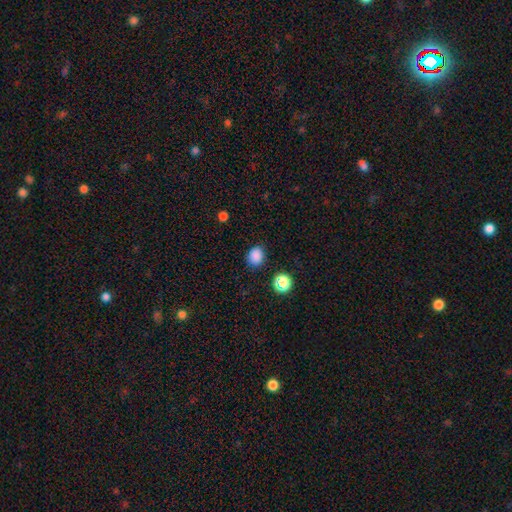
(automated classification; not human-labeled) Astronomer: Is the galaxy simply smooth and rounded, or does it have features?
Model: smooth — 84%.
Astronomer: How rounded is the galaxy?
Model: round — 60% (runner-up: in between, 40%).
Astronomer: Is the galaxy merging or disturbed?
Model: none — 85%.